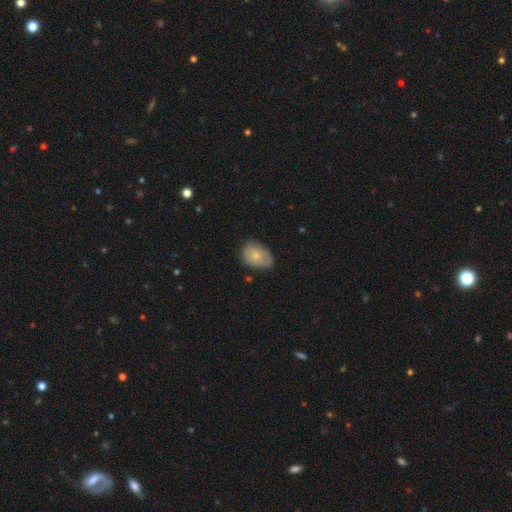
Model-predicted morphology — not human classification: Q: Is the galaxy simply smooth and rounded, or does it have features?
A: smooth — 70%.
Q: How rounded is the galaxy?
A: in between — 77%.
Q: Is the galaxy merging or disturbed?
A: none — 65%.